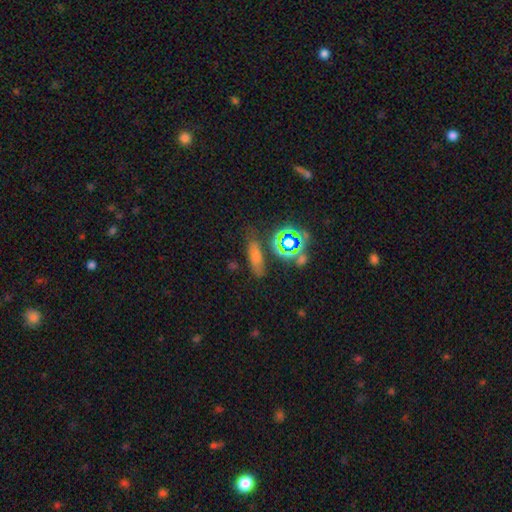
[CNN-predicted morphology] A smooth galaxy with no disk features (63%) that is in between round and cigar-shaped (51%).

Vote fractions:
- Smooth or featured? smooth: 63% / star or artifact: 25% / featured or disk: 12%
- How rounded? in between: 51% / cigar-shaped: 40% / round: 9%
- Merging? none: 71% / minor disturbance: 17% / major disturbance: 6% / merger: 6%